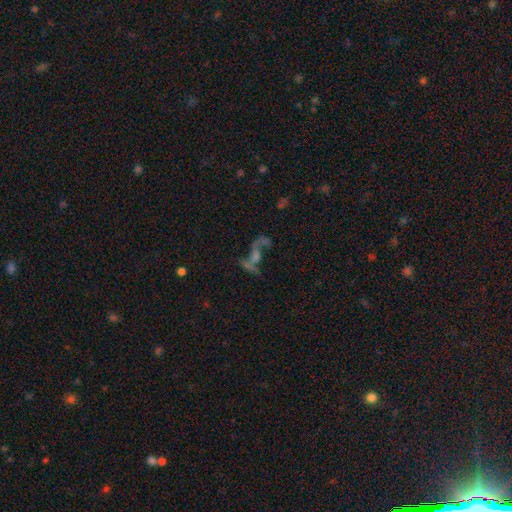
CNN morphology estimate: Smooth or featured? featured or disk (59%)
Edge-on disk? no (91%)
Bar? no (66%)
Spiral arms? yes (60%)
Bulge size? none (41%)
Merging? none (33%)